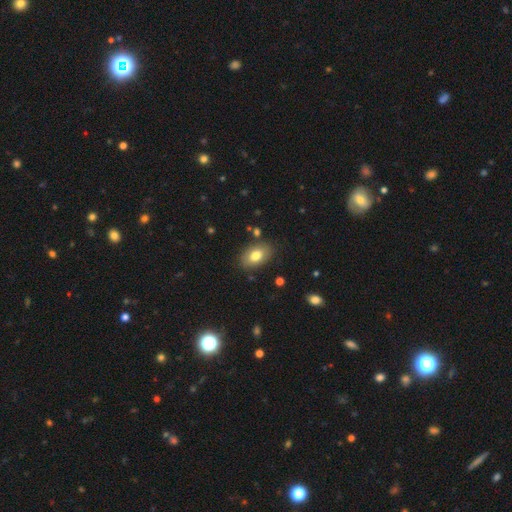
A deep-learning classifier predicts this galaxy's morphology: Q: Smooth or featured?
A: smooth (77%); runner-up: featured or disk (15%)
Q: How rounded?
A: in between (89%); runner-up: round (10%)
Q: Merging?
A: none (83%); runner-up: minor disturbance (12%)